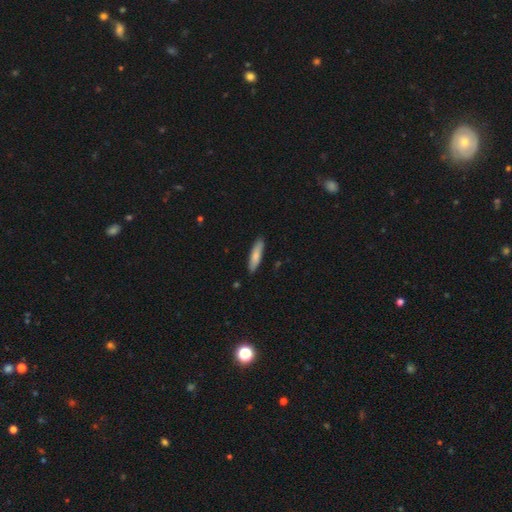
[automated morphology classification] Smooth or featured? smooth (80%)
How rounded? cigar-shaped (77%)
Merging? none (88%)